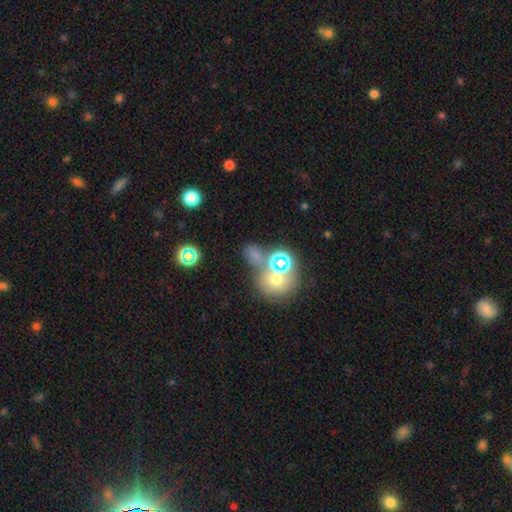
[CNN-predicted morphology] Smooth or featured? Predicted: smooth (p=0.54). How rounded? Predicted: in between (p=0.57). Merging? Predicted: none (p=0.44).